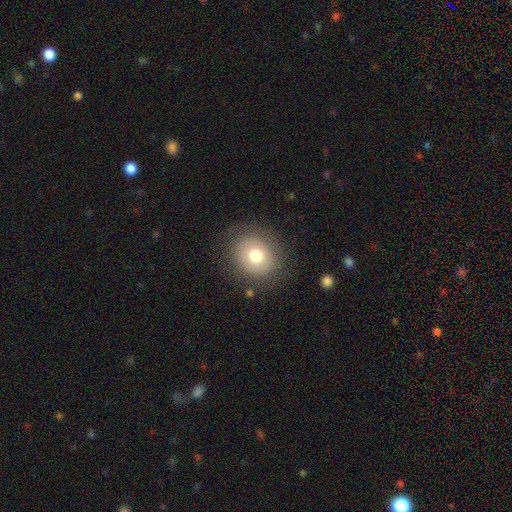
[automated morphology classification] A smooth galaxy with no disk features (74%) that is round (75%). Merging: none (84%).